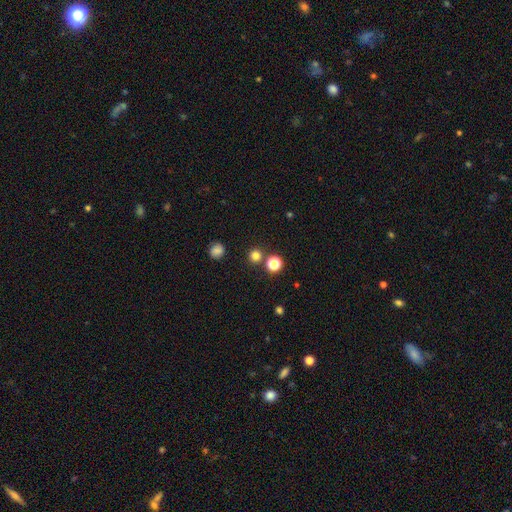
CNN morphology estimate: Smooth or featured: smooth — 77% (star or artifact — 18%)
How rounded: round — 93% (in between — 6%)
Merging: none — 83% (merger — 9%)